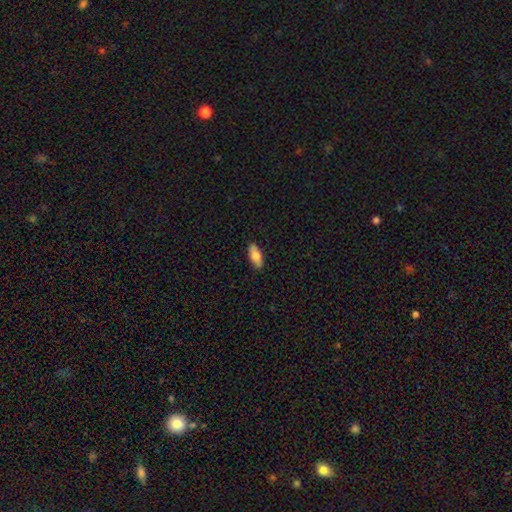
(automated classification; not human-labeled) The model was most divided on "smooth or featured": smooth: 80%, featured or disk: 14%, star or artifact: 6%. More confident: merging — none (88%); how rounded — in between (83%).